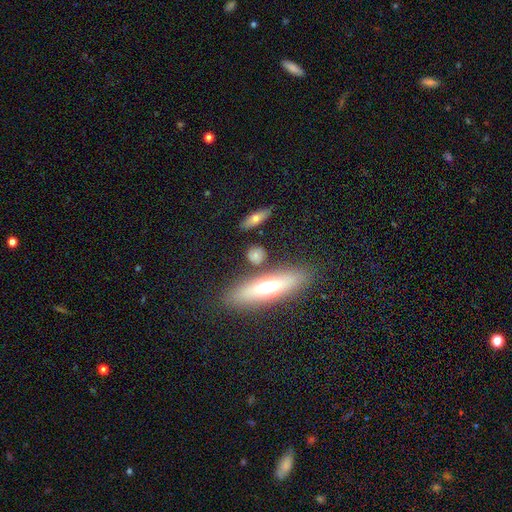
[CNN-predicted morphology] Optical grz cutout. It shows a smooth galaxy with no disk features (60%) that is round (37%). Merging: none (81%).